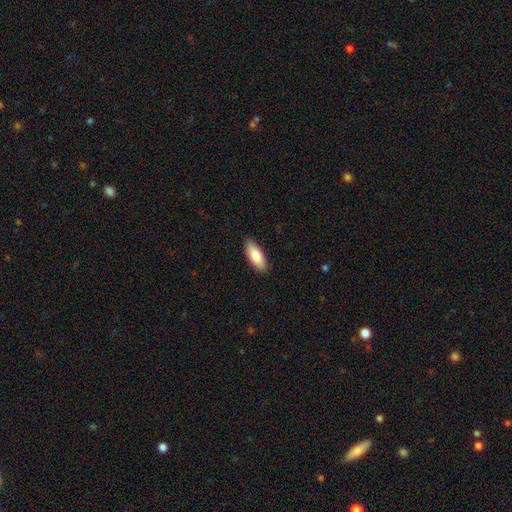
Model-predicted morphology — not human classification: smooth 80%, featured or disk 14%, star or artifact 6%. Down the decision tree: how rounded — in between (73%); merging — none (88%).